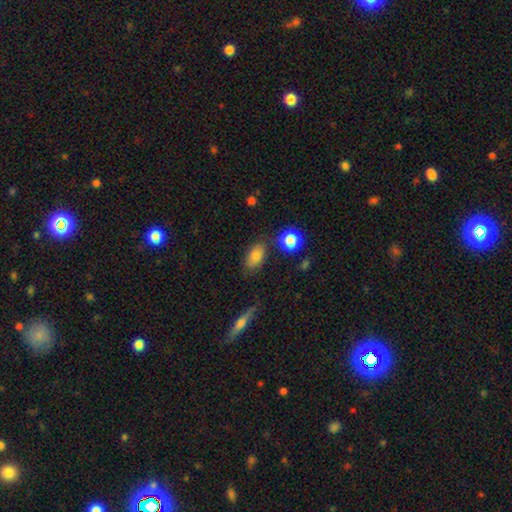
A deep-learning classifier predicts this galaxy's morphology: smooth_or_featured: smooth (p=0.80) [alt: featured or disk p=0.10]
how_rounded: in between (p=0.86) [alt: round p=0.11]
merging: none (p=0.69) [alt: minor disturbance p=0.19]